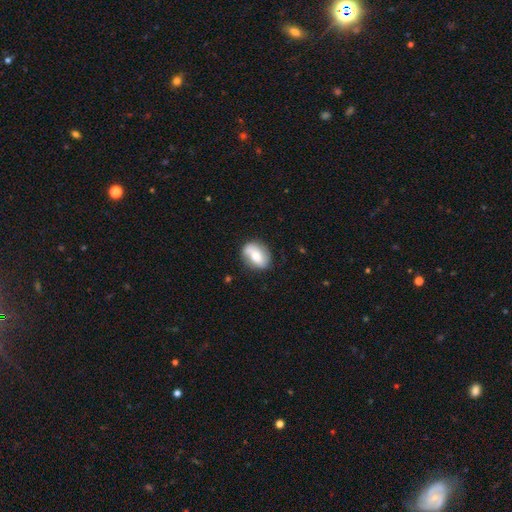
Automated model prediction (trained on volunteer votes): Q: Smooth or featured?
A: smooth (54%); runner-up: featured or disk (39%)
Q: How rounded?
A: in between (68%); runner-up: round (30%)
Q: Merging?
A: none (72%); runner-up: minor disturbance (19%)